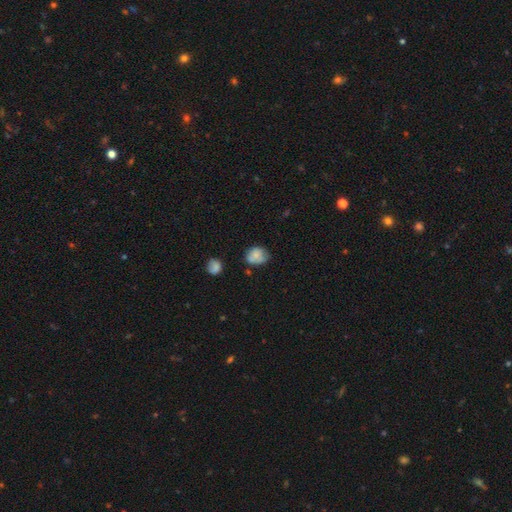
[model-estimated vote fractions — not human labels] Smooth or featured? smooth (68%)
How rounded? round (51%)
Merging? none (49%)